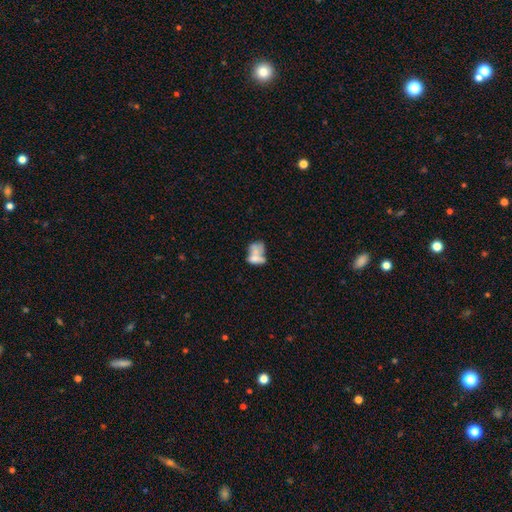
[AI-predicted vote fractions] Morphology: type=smooth (53%); roundness=in between (76%); merging=merger (49%).